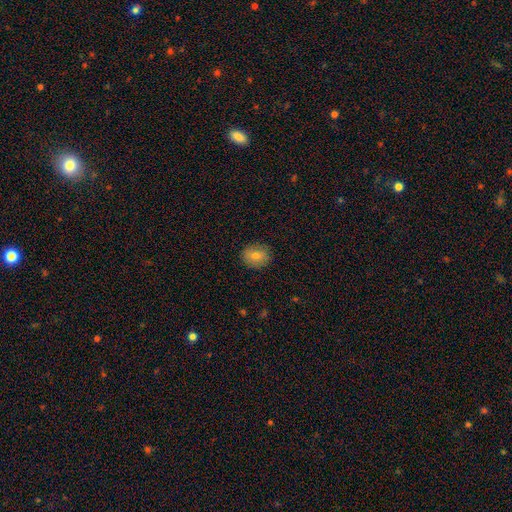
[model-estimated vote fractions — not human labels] This appears to be a smooth galaxy with no disk features (77%) that is round (65%). Merging: none (88%).